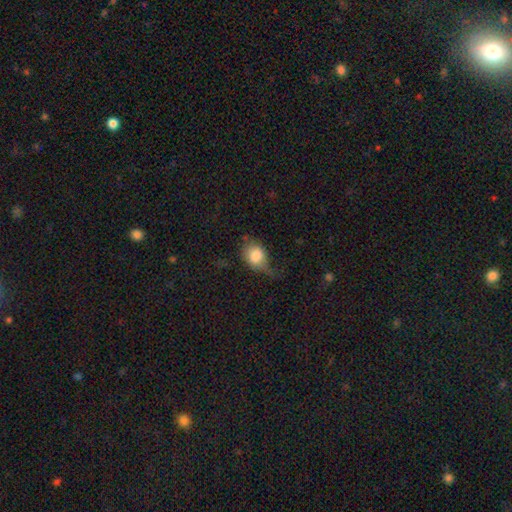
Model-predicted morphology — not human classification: A smooth galaxy with no disk features (76%) that is in between round and cigar-shaped (55%). Merging: minor disturbance (35%).